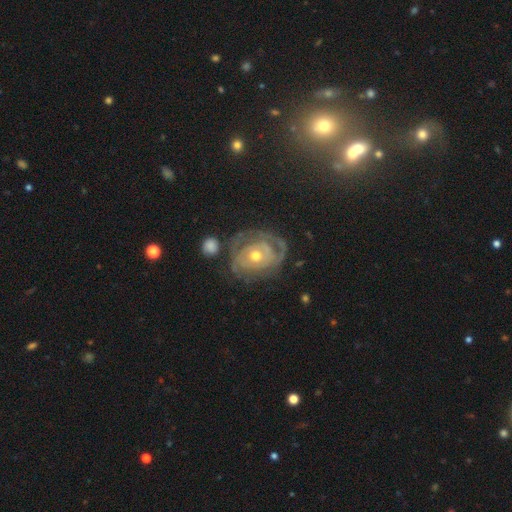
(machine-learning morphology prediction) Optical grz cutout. It shows a featured or disk galaxy (80%) with no bar (81%), tight (71%) spiral arms (81%) and a moderate central bulge (61%). Merging: none (62%).